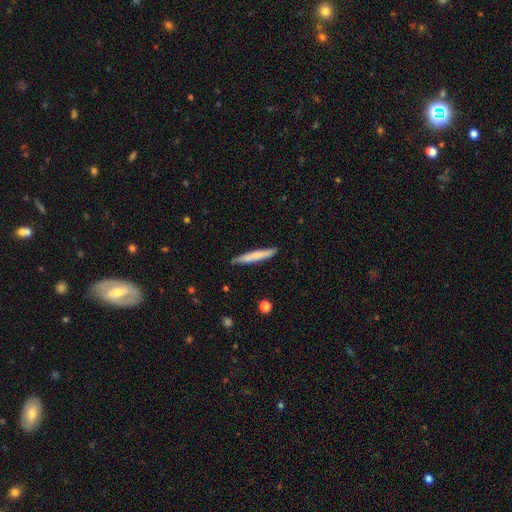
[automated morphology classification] type=smooth (72%); roundness=cigar-shaped (95%); merging=none (88%).